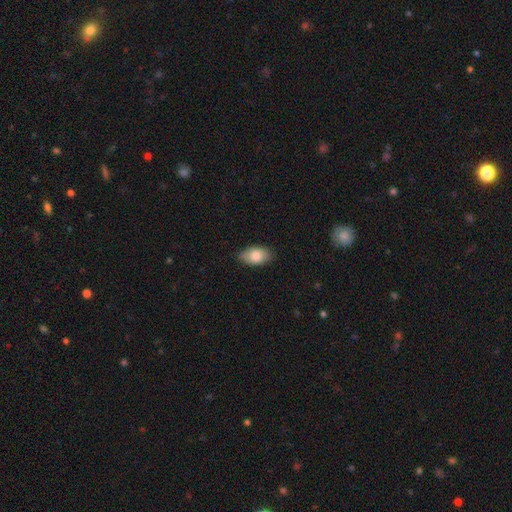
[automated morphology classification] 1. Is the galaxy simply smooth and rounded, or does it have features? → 81% smooth, 12% featured or disk, 6% star or artifact.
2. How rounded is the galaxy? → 93% in between, 5% round, 2% cigar-shaped.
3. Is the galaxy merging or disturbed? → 85% none, 12% minor disturbance, 2% major disturbance, 1% merger.